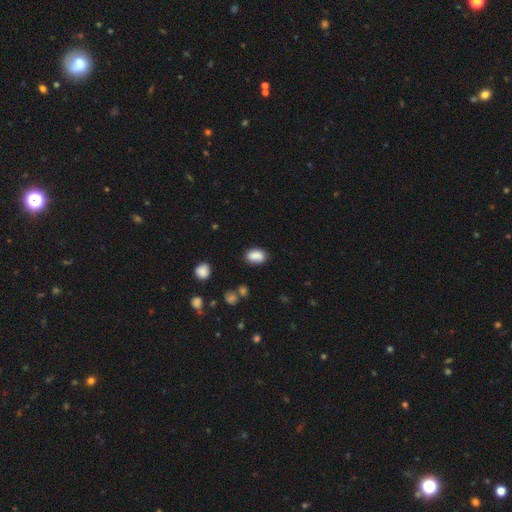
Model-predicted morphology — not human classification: smooth-or-featured: smooth: 85% | star or artifact: 9% | featured or disk: 6%
  how-rounded: in between: 84% | round: 14% | cigar-shaped: 2%
  merging: none: 73% | minor disturbance: 17% | merger: 5% | major disturbance: 4%